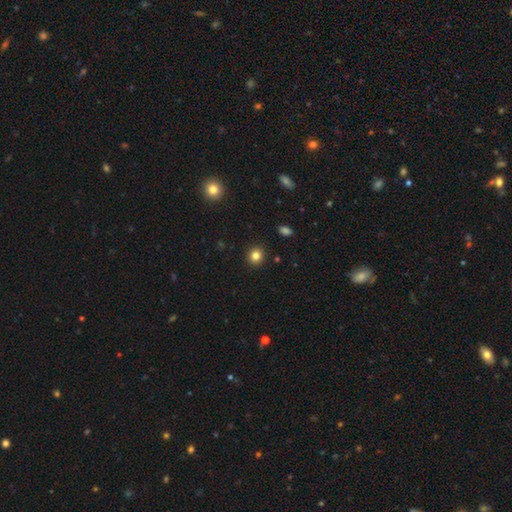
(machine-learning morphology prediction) Overall: smooth (83%). How rounded: round (88%). Merging: none (92%).